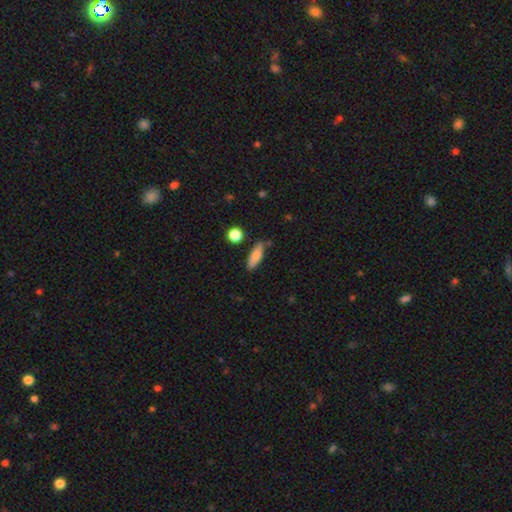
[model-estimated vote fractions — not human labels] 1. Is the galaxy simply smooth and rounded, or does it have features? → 75% smooth, 18% featured or disk, 7% star or artifact.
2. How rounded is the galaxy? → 59% in between, 38% cigar-shaped, 4% round.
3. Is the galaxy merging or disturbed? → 80% none, 14% minor disturbance, 4% merger, 3% major disturbance.